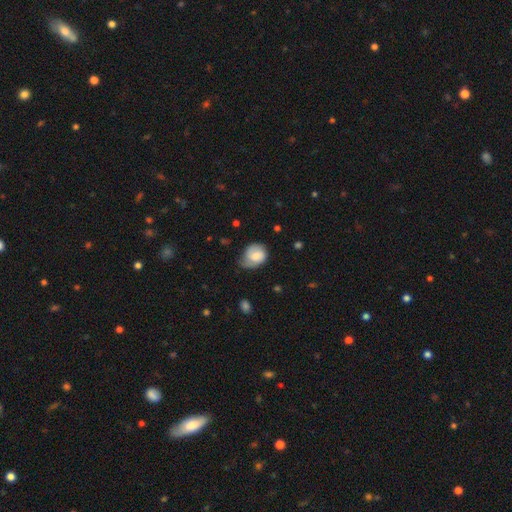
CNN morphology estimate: smooth_or_featured: smooth (p=0.62) [alt: featured or disk p=0.31]
how_rounded: round (p=0.60) [alt: in between p=0.39]
merging: none (p=0.42) [alt: minor disturbance p=0.40]